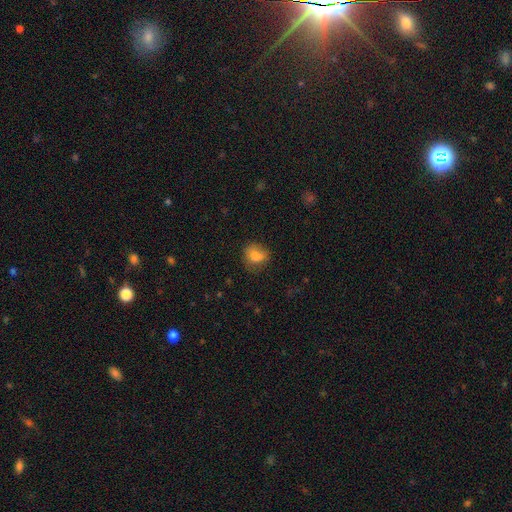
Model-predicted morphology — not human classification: This appears to be a smooth galaxy with no disk features (81%) that is in between round and cigar-shaped (51%). Merging: none (60%).